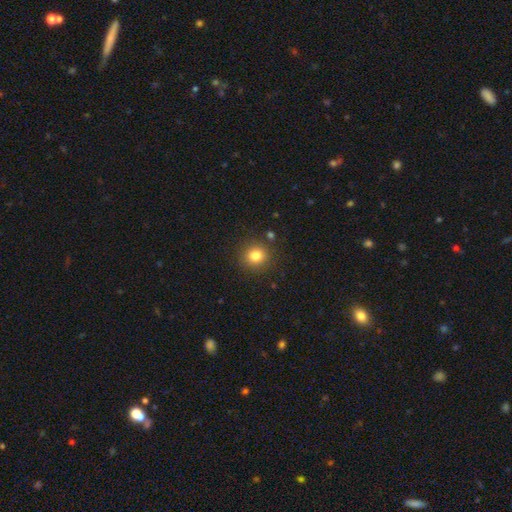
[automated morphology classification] This is clearly a smooth galaxy (81%). How rounded: clearly round (90%). Merging: clearly none (87%).